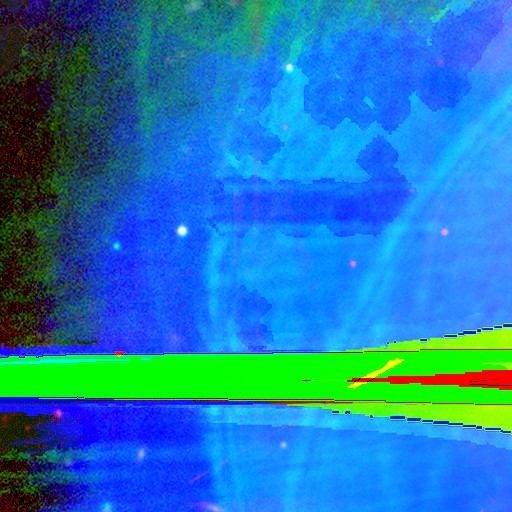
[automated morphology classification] Overall: star or artifact (86%).